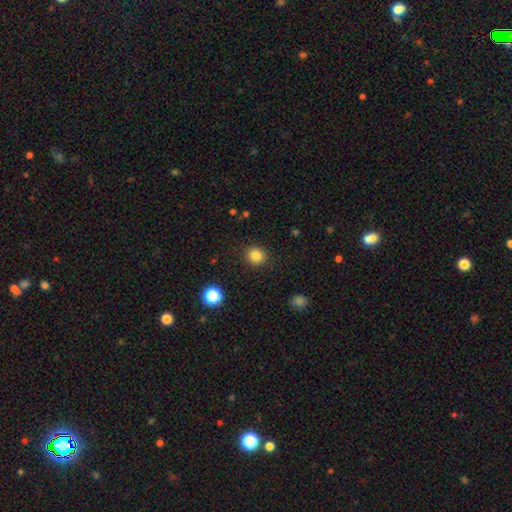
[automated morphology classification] Smooth or featured: smooth — 83% (star or artifact — 12%)
How rounded: round — 90% (in between — 9%)
Merging: none — 90% (minor disturbance — 7%)